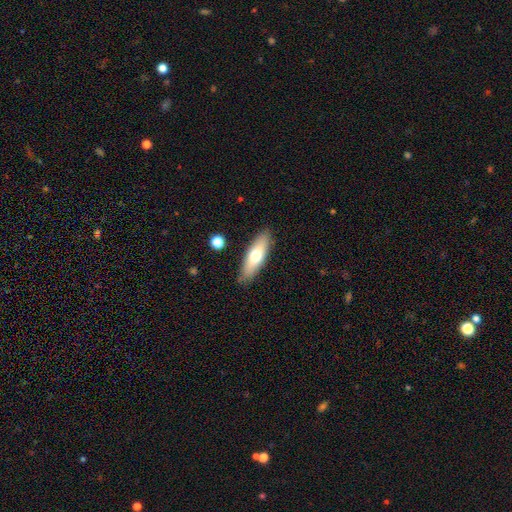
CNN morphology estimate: Smooth or featured?
  - smooth: 63% *
  - featured or disk: 31%
  - star or artifact: 6%
How rounded?
  - in between: 50% *
  - cigar-shaped: 48%
  - round: 2%
Merging?
  - none: 86% *
  - minor disturbance: 10%
  - major disturbance: 2%
  - merger: 2%